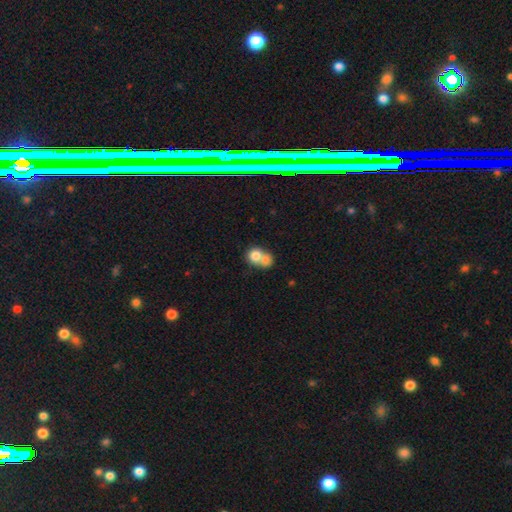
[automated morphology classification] smooth 76%, featured or disk 16%, star or artifact 9%. Down the decision tree: how rounded — round (70%); merging — merger (67%).